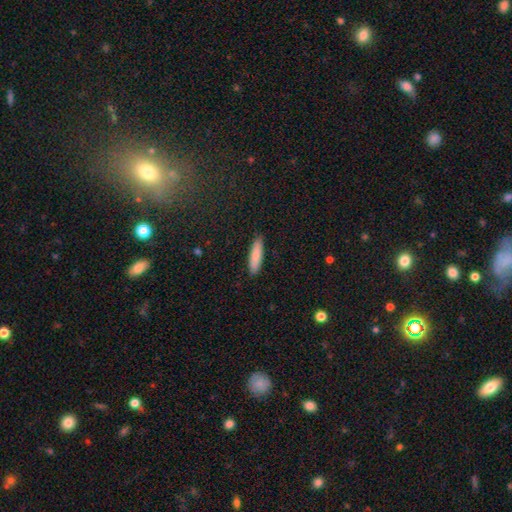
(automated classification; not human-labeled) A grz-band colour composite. It shows a smooth galaxy with no disk features (84%) that is cigar-shaped (66%). Merging: none (90%).